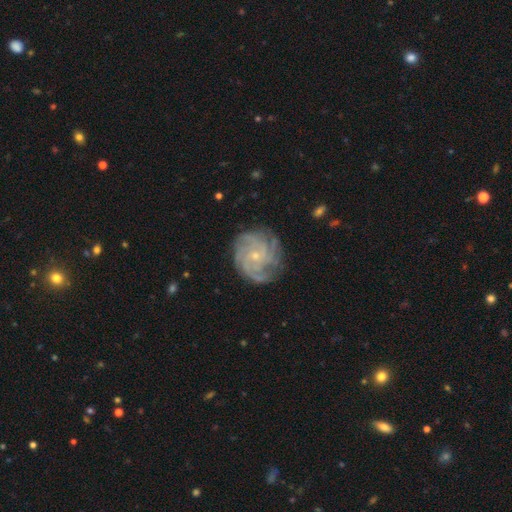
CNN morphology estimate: Smooth or featured: featured or disk — 85% (smooth — 8%)
Edge-on disk: no — 98% (yes — 2%)
Bar: no — 74% (weak — 22%)
Spiral arms: yes — 97% (no — 3%)
Spiral winding: tight — 67% (medium — 28%)
Spiral arm count: 4 — 33% (can't tell — 20%)
Bulge size: small — 79% (moderate — 17%)
Merging: none — 79% (minor disturbance — 15%)